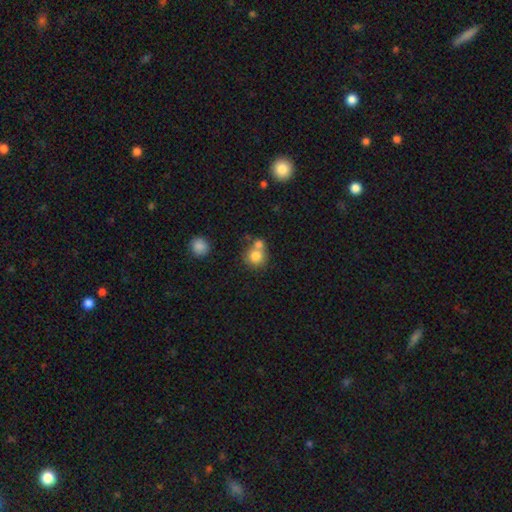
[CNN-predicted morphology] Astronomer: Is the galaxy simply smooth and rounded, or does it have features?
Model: smooth — 79%.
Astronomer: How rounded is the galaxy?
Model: round — 86%.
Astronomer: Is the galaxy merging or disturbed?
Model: none — 47% (runner-up: merger, 41%).